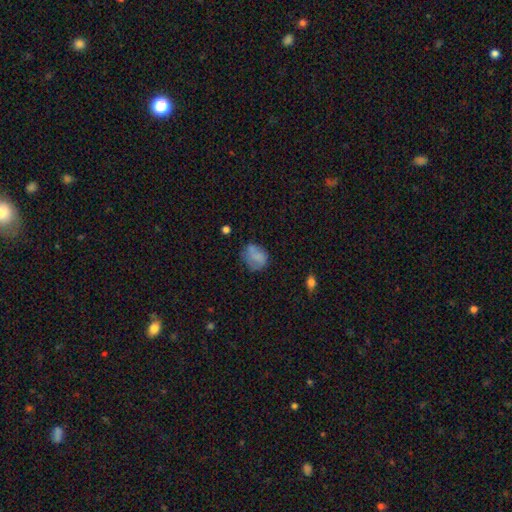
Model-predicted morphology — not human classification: Smooth or featured: smooth — 71% (featured or disk — 19%)
How rounded: round — 50% (in between — 49%)
Merging: none — 53% (minor disturbance — 28%)